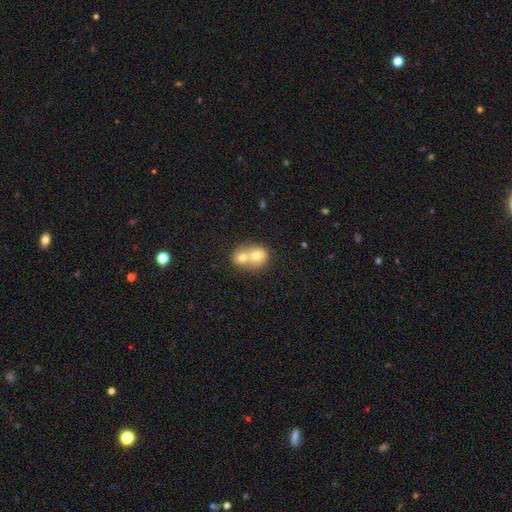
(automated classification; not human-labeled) Smooth or featured?
  - smooth: 68% *
  - featured or disk: 23%
  - star or artifact: 9%
How rounded?
  - round: 67% *
  - in between: 32%
  - cigar-shaped: 1%
Merging?
  - merger: 75% *
  - none: 18%
  - minor disturbance: 5%
  - major disturbance: 2%